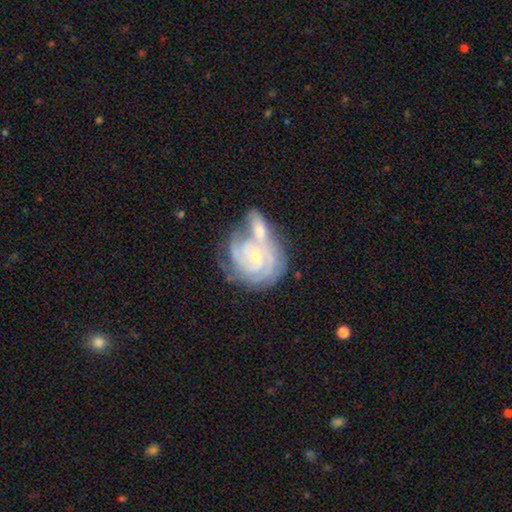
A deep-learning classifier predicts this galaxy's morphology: A featured or disk galaxy (83%) with no bar (63%), tight (76%) spiral arms (95%) and a small central bulge (68%). Merging: merger (50%).